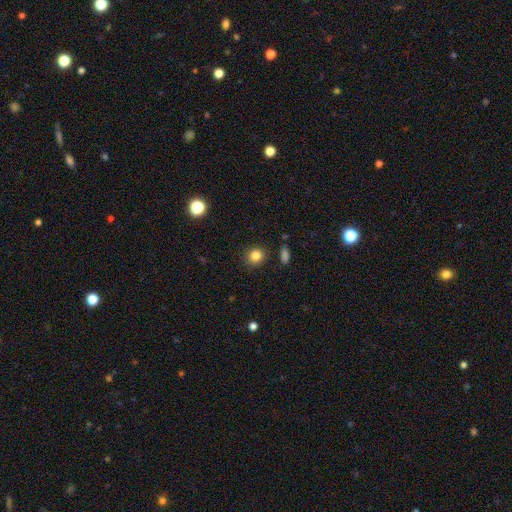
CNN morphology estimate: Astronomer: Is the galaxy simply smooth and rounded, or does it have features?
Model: smooth — 84%.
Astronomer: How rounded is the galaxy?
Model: round — 83%.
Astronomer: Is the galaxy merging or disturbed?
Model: none — 87%.